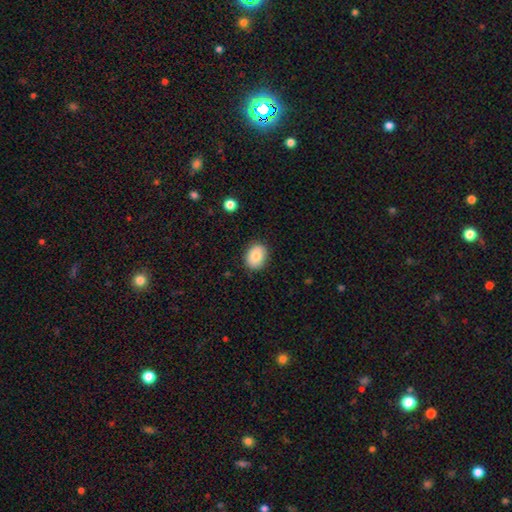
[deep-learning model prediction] Q: Smooth or featured?
A: smooth (82%); runner-up: featured or disk (10%)
Q: How rounded?
A: in between (56%); runner-up: round (43%)
Q: Merging?
A: none (87%); runner-up: minor disturbance (10%)